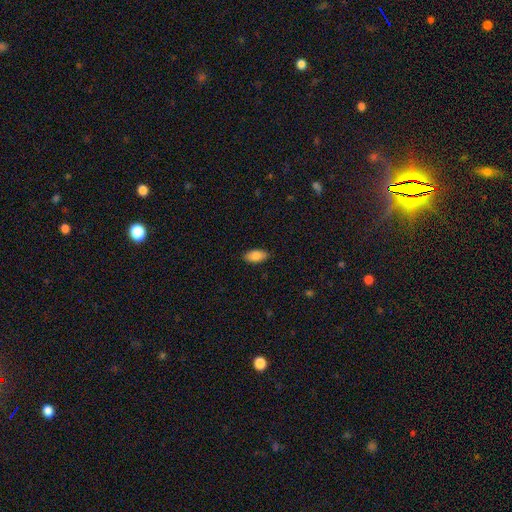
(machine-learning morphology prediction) Overall: smooth (86%). How rounded: in between (93%). Merging: none (88%).